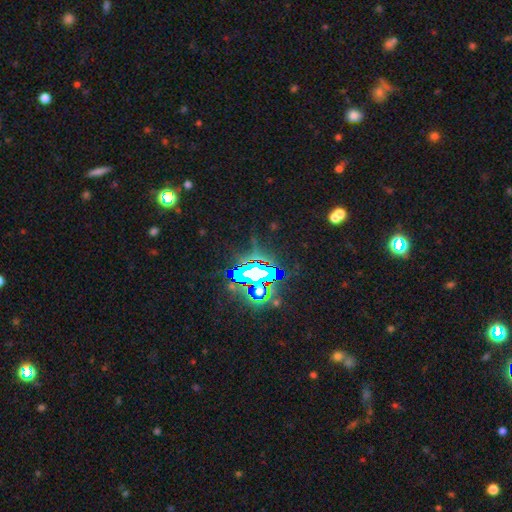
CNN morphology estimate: This is clearly a star or artifact rather than a galaxy (83%).